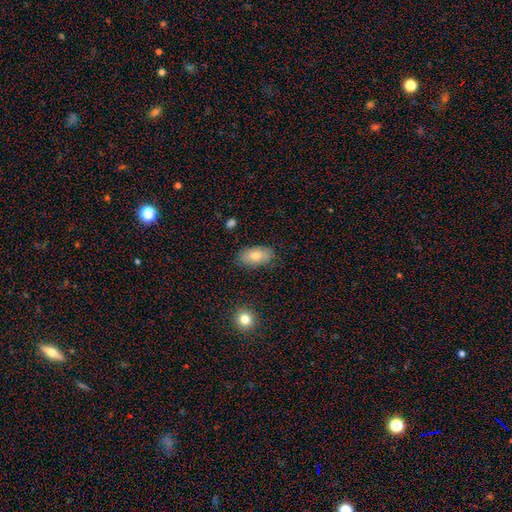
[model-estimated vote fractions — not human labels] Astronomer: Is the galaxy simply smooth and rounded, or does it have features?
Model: smooth — 79%.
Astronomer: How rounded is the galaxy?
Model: in between — 92%.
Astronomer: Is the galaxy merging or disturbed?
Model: none — 82%.